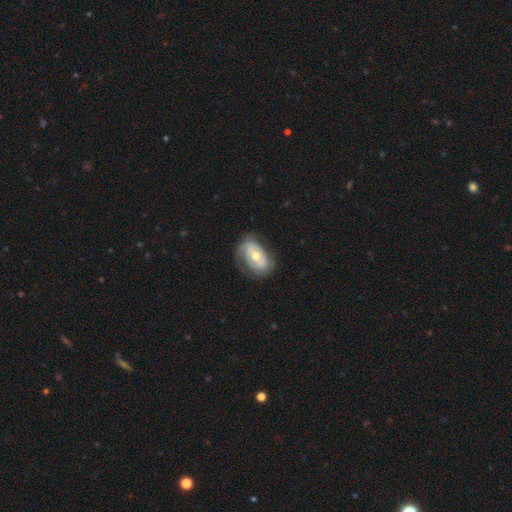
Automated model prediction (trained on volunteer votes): Smooth or featured? featured or disk (59%)
Edge-on disk? no (94%)
Bar? no (66%)
Spiral arms? yes (63%)
Bulge size? moderate (67%)
Merging? none (57%)